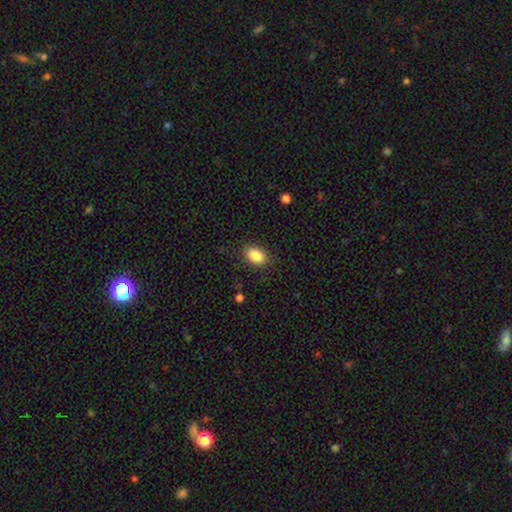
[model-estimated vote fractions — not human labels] The model was most divided on "how rounded": in between: 87%, round: 11%, cigar-shaped: 1%. More confident: smooth or featured — smooth (87%); merging — none (87%).